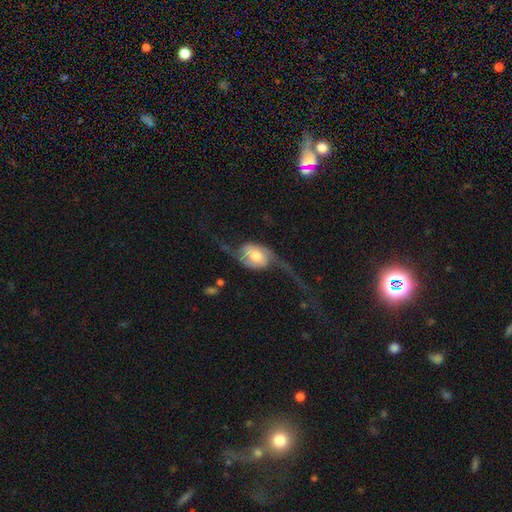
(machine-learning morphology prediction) The model was most divided on "merging": none: 44%, major disturbance: 36%, minor disturbance: 16%, merger: 4%. More confident: spiral arm count — 2 (92%); spiral arms — yes (92%); edge-on disk — no (91%); spiral winding — loose (87%); smooth or featured — featured or disk (78%); bar — no (54%); bulge size — moderate (51%).